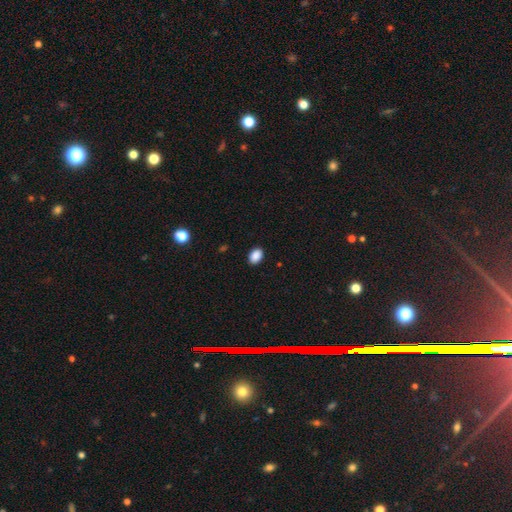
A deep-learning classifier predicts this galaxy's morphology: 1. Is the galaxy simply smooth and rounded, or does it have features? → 89% smooth, 8% star or artifact, 3% featured or disk.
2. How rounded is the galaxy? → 82% in between, 17% round, 1% cigar-shaped.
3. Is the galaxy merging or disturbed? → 90% none, 8% minor disturbance, 2% major disturbance, 1% merger.